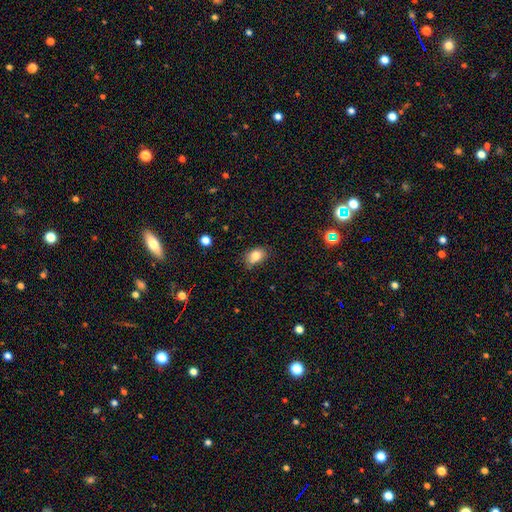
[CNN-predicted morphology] type=smooth (80%); roundness=in between (67%); merging=none (64%).